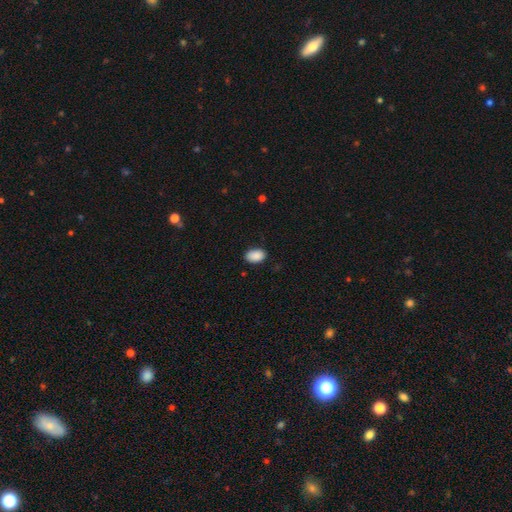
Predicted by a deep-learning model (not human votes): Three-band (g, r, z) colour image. It shows a smooth galaxy with no disk features (90%) that is in between round and cigar-shaped (88%). Merging: none (86%).